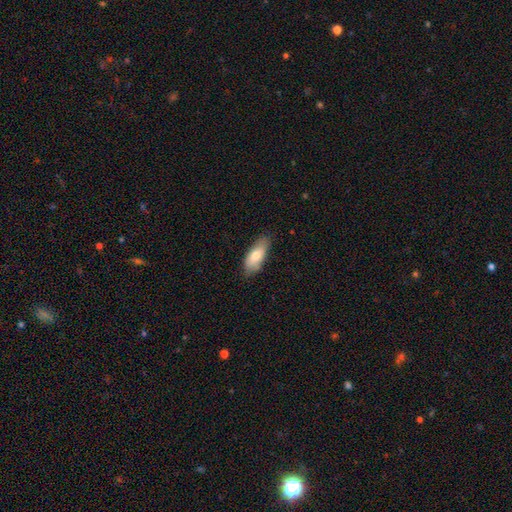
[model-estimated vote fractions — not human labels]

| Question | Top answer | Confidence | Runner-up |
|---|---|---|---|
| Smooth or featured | smooth | 75% | featured or disk (19%) |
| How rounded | in between | 79% | cigar-shaped (19%) |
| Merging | none | 79% | minor disturbance (18%) |